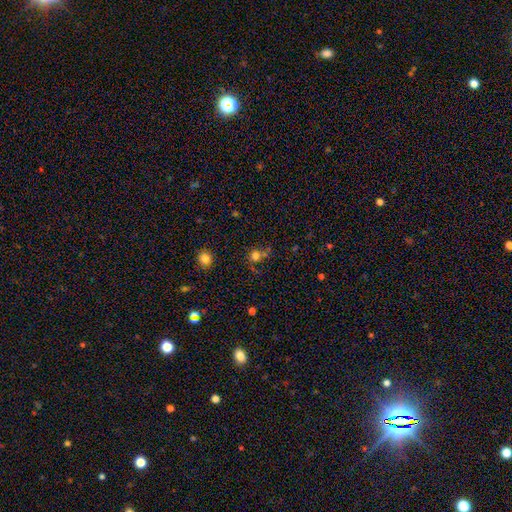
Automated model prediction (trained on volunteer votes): Smooth or featured?
  - smooth: 73% *
  - star or artifact: 19%
  - featured or disk: 8%
How rounded?
  - round: 86% *
  - in between: 13%
  - cigar-shaped: 1%
Merging?
  - none: 60% *
  - merger: 24%
  - minor disturbance: 11%
  - major disturbance: 5%